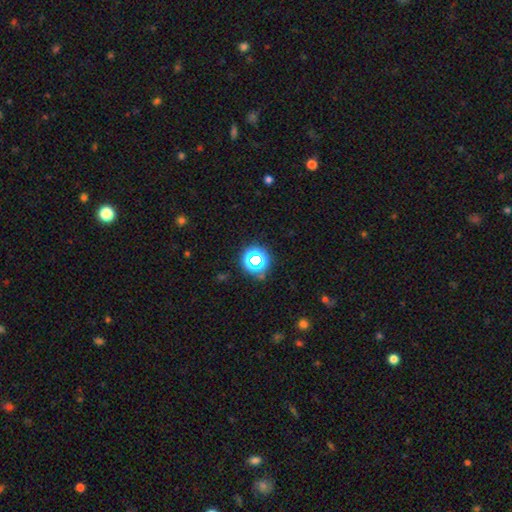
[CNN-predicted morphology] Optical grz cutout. It shows a star or artifact, not a galaxy (57%).